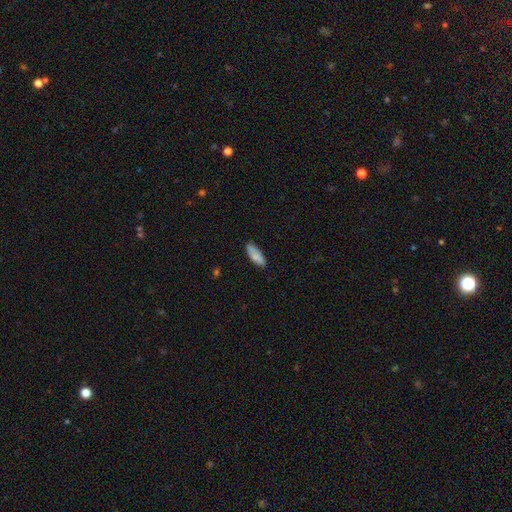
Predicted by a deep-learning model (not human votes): Q: Smooth or featured?
A: smooth (85%); runner-up: featured or disk (9%)
Q: How rounded?
A: in between (68%); runner-up: cigar-shaped (30%)
Q: Merging?
A: none (81%); runner-up: minor disturbance (15%)